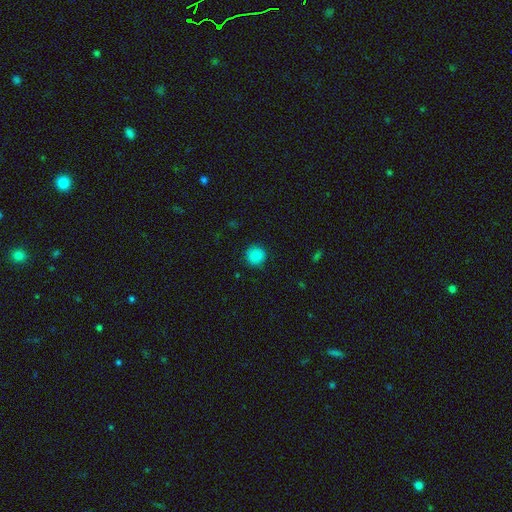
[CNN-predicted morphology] A smooth galaxy with no disk features (86%) that is round (95%).

Vote fractions:
- Smooth or featured? smooth: 86% / star or artifact: 10% / featured or disk: 4%
- How rounded? round: 95% / in between: 5% / cigar-shaped: 1%
- Merging? none: 90% / minor disturbance: 7% / major disturbance: 2% / merger: 1%